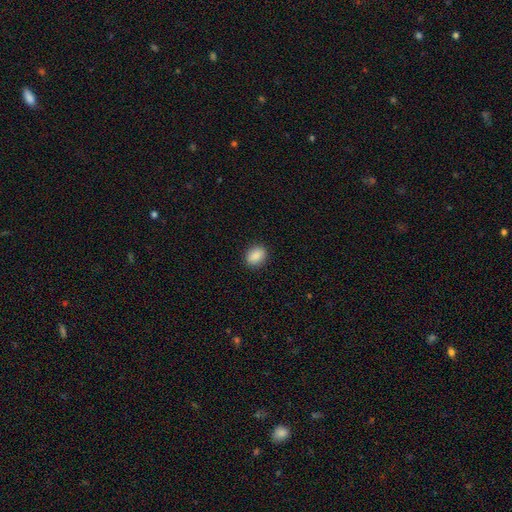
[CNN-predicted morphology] smooth-or-featured: smooth: 89% | star or artifact: 8% | featured or disk: 3%
  how-rounded: in between: 66% | round: 32% | cigar-shaped: 1%
  merging: none: 89% | minor disturbance: 7% | major disturbance: 2% | merger: 1%